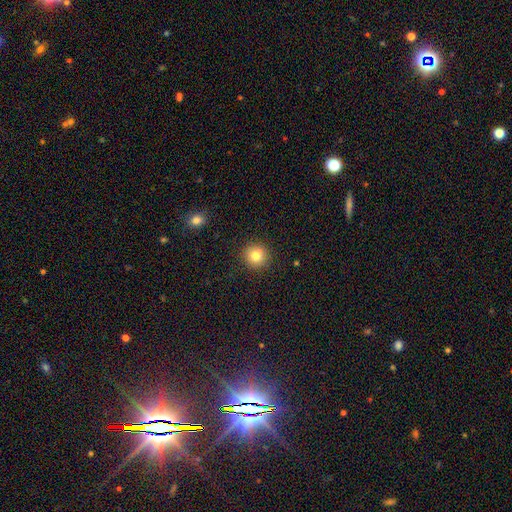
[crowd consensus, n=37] Smooth or featured: smooth — 92% (featured or disk — 5%)
How rounded: round — 97% (in between — 3%)
Merging: none — 97% (major disturbance — 3%)